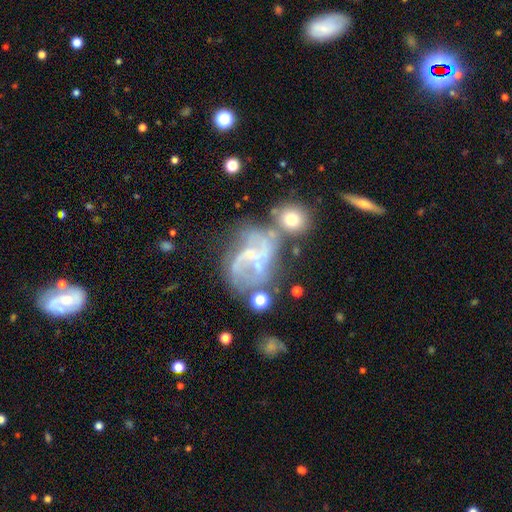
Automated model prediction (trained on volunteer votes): Overall: featured or disk (77%). Edge-on disk: no (97%). Bar: no (44%; weak 40%). Spiral arms: yes (85%). Spiral arm count: 2 (47%; can't tell 24%). Spiral winding: medium (43%; loose 36%). Bulge size: small (68%). Merging: none (38%; merger 22%).